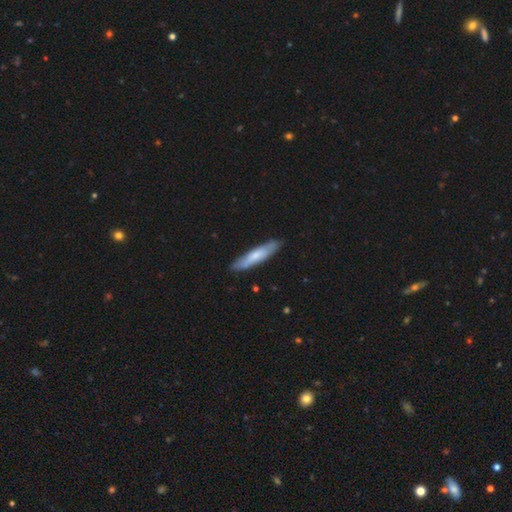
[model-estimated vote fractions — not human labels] This appears to be a smooth galaxy with no disk features (61%) that is cigar-shaped (82%). Merging: none (86%).